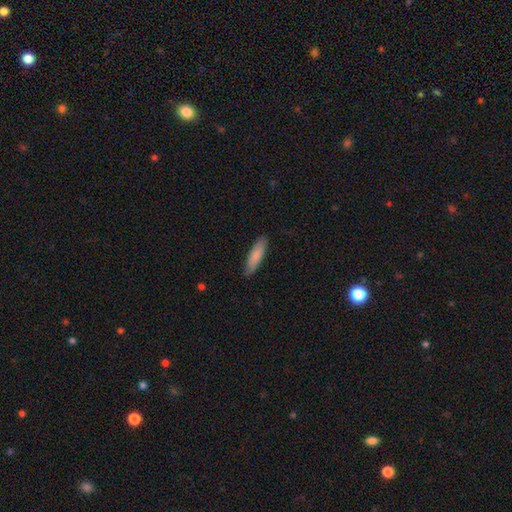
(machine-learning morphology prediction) type=smooth (83%); roundness=cigar-shaped (67%); merging=none (85%).